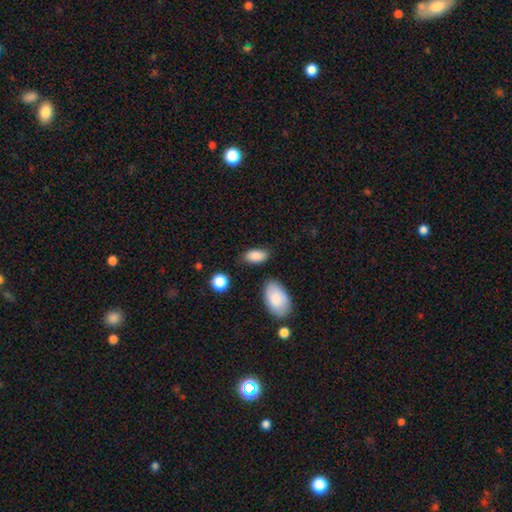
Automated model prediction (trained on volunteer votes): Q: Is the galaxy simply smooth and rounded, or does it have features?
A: smooth — 88%.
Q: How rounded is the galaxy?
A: in between — 93%.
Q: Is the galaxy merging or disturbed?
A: none — 78%.